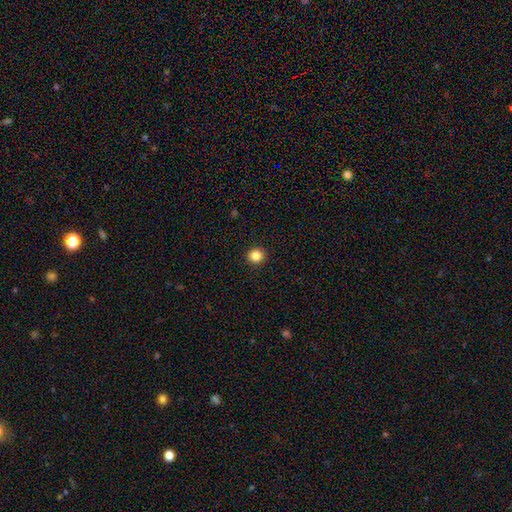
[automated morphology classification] Smooth or featured?
  - smooth: 85% *
  - star or artifact: 11%
  - featured or disk: 4%
How rounded?
  - round: 94% *
  - in between: 5%
  - cigar-shaped: 1%
Merging?
  - none: 94% *
  - minor disturbance: 4%
  - major disturbance: 1%
  - merger: 1%